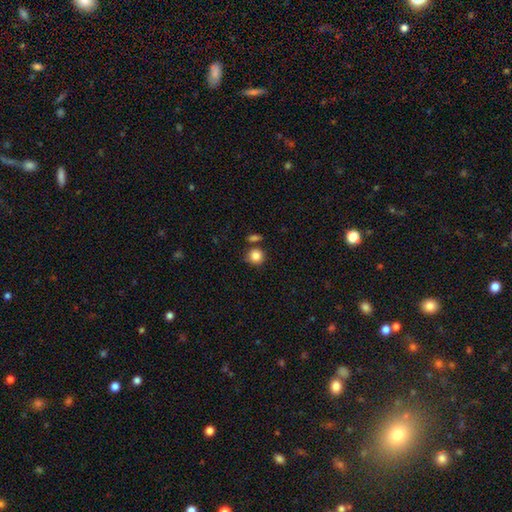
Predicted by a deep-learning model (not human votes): smooth-or-featured: smooth: 86% | star or artifact: 10% | featured or disk: 5%
  how-rounded: round: 89% | in between: 10% | cigar-shaped: 1%
  merging: none: 72% | minor disturbance: 13% | merger: 12% | major disturbance: 4%